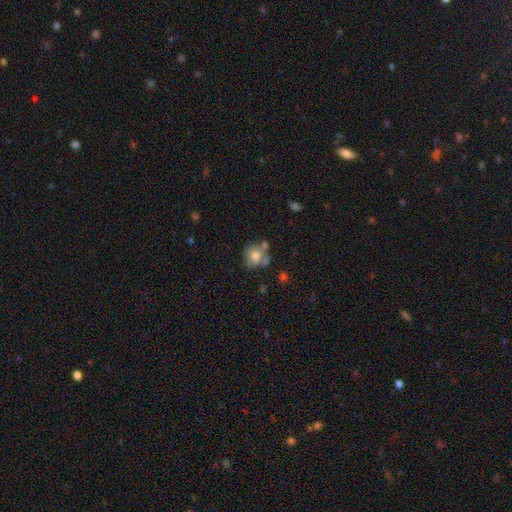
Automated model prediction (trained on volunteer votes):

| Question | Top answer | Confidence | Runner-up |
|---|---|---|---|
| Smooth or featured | smooth | 69% | featured or disk (21%) |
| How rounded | round | 68% | in between (31%) |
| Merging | none | 45% | merger (24%) |